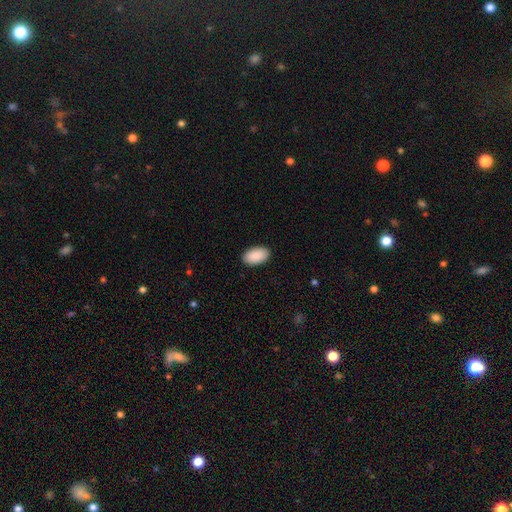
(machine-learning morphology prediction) This is clearly a smooth galaxy (92%). How rounded: clearly in between (96%). Merging: clearly none (90%).